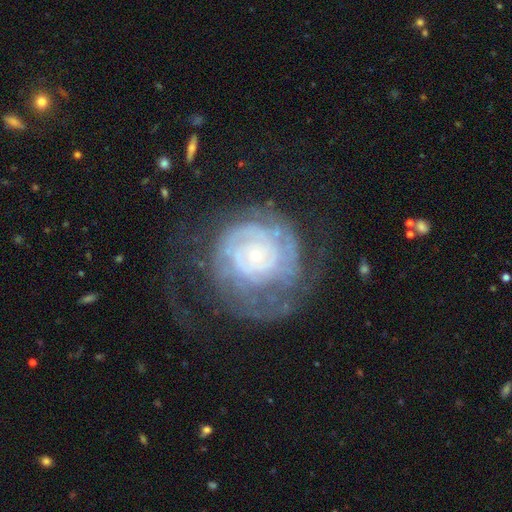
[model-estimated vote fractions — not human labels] smooth_or_featured: featured or disk (p=0.81) [alt: smooth p=0.11]
disk_edge_on: no (p=0.98) [alt: yes p=0.02]
bar: no (p=0.81) [alt: weak p=0.15]
has_spiral_arms: yes (p=0.90) [alt: no p=0.10]
spiral_winding: tight (p=0.75) [alt: medium p=0.18]
spiral_arm_count: can't tell (p=0.43) [alt: 2 p=0.24]
bulge_size: small (p=0.82) [alt: moderate p=0.13]
merging: none (p=0.54) [alt: major disturbance p=0.26]